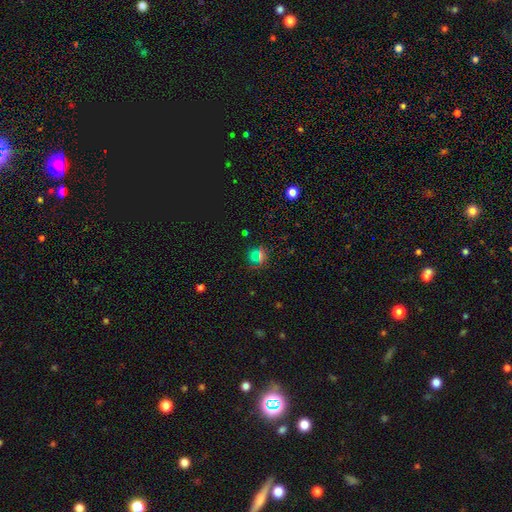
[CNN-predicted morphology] A smooth galaxy with no disk features (49%). Merging: none (80%).